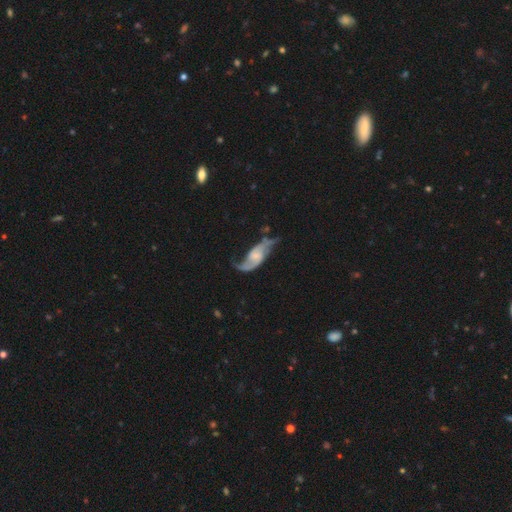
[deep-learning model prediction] Smooth or featured: featured or disk — 84% (smooth — 11%)
Edge-on disk: no — 95% (yes — 5%)
Bar: no — 46% (weak — 41%)
Spiral arms: yes — 95% (no — 5%)
Spiral winding: loose — 67% (medium — 26%)
Spiral arm count: 2 — 89% (1 — 4%)
Bulge size: small — 47% (moderate — 25%)
Merging: none — 54% (minor disturbance — 22%)